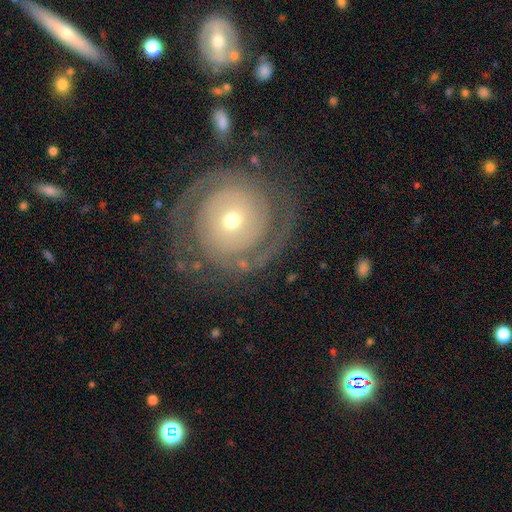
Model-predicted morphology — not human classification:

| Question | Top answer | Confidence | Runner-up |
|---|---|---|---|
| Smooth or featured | featured or disk | 86% | star or artifact (7%) |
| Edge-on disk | no | 97% | yes (3%) |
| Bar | no | 71% | weak (19%) |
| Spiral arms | yes | 95% | no (5%) |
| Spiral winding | tight | 81% | medium (15%) |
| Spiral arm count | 2 | 59% | can't tell (15%) |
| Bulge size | small | 50% | moderate (46%) |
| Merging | none | 81% | minor disturbance (11%) |